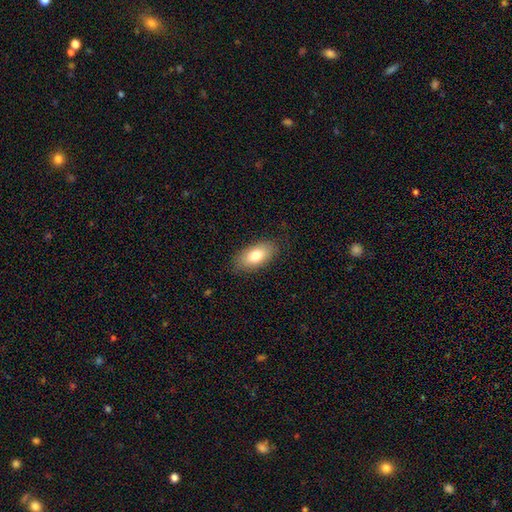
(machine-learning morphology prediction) Overall: smooth (78%). How rounded: in between (91%). Merging: none (85%).